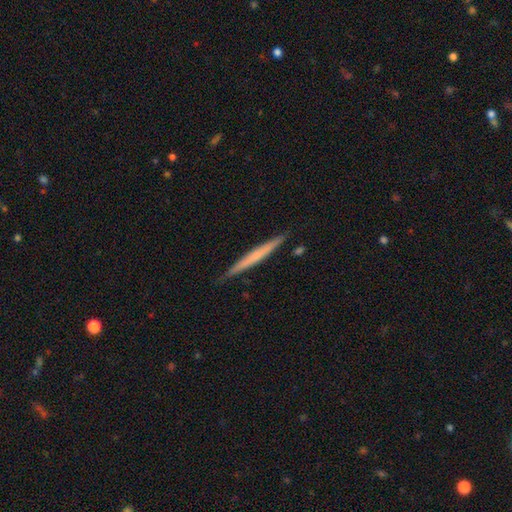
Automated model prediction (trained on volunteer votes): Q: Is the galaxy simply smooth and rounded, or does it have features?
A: smooth — 48%.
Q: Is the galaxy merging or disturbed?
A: none — 88%.